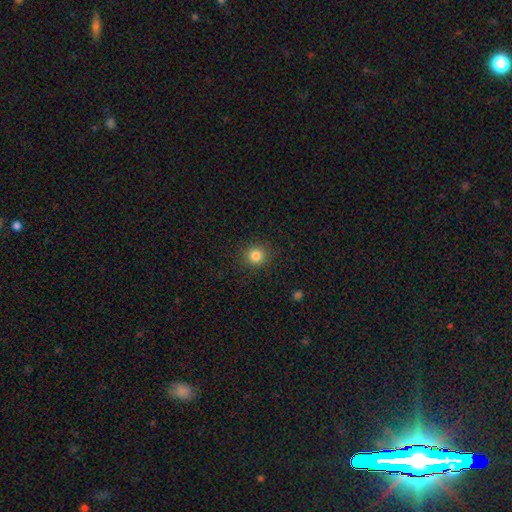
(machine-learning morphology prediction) This is clearly a smooth galaxy (83%). How rounded: clearly round (91%). Merging: clearly none (90%).